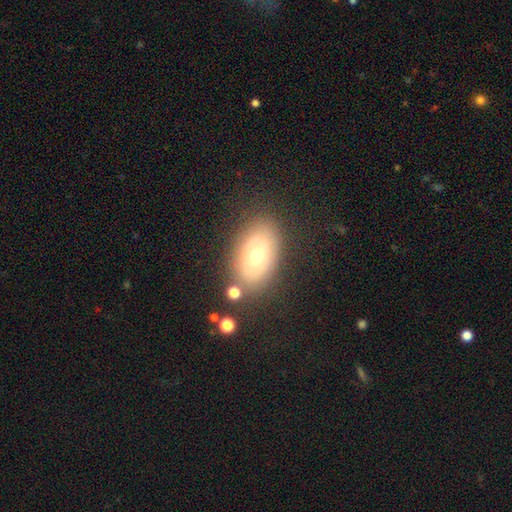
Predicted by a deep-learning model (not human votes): A smooth galaxy with no disk features (59%) that is in between round and cigar-shaped (87%).

Vote fractions:
- Smooth or featured? smooth: 59% / featured or disk: 30% / star or artifact: 11%
- How rounded? in between: 87% / round: 11% / cigar-shaped: 2%
- Merging? none: 76% / minor disturbance: 14% / major disturbance: 5% / merger: 5%